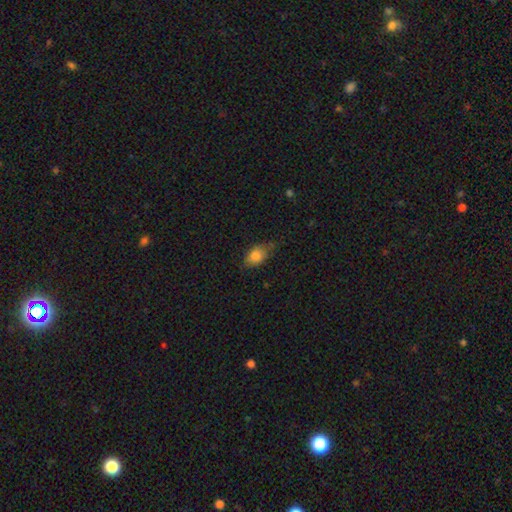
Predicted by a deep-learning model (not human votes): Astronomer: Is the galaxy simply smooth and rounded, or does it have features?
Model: smooth — 82%.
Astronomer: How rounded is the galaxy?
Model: in between — 84%.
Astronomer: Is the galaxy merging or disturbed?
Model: none — 64%.